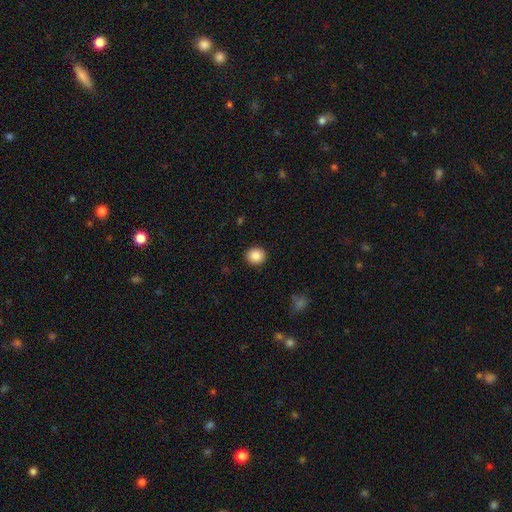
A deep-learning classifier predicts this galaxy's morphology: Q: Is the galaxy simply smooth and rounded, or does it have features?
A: smooth — 87%.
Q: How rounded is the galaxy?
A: round — 83%.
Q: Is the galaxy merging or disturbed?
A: none — 92%.